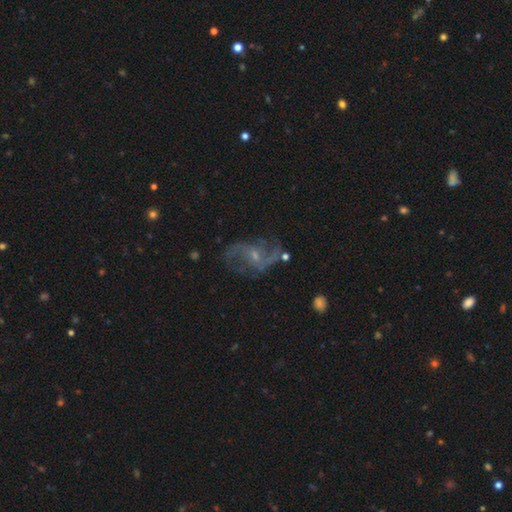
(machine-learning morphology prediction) Smooth or featured?
  - featured or disk: 82% *
  - star or artifact: 9%
  - smooth: 9%
Edge-on disk?
  - no: 97% *
  - yes: 3%
Bar?
  - no: 48% *
  - weak: 43%
  - strong: 10%
Spiral arms?
  - yes: 91% *
  - no: 9%
Spiral winding?
  - loose: 57% *
  - medium: 35%
  - tight: 9%
Spiral arm count?
  - 2: 76% *
  - can't tell: 9%
  - 3: 6%
  - 1: 3%
  - 4: 3%
  - more than 4: 2%
Bulge size?
  - small: 65% *
  - moderate: 26%
  - none: 7%
  - large: 2%
  - dominant: 1%
Merging?
  - none: 63% *
  - minor disturbance: 19%
  - major disturbance: 15%
  - merger: 3%